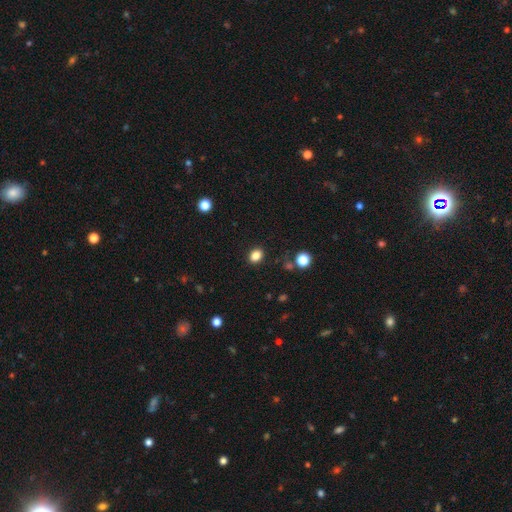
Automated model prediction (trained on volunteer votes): Smooth or featured? smooth (85%)
How rounded? in between (55%)
Merging? none (87%)